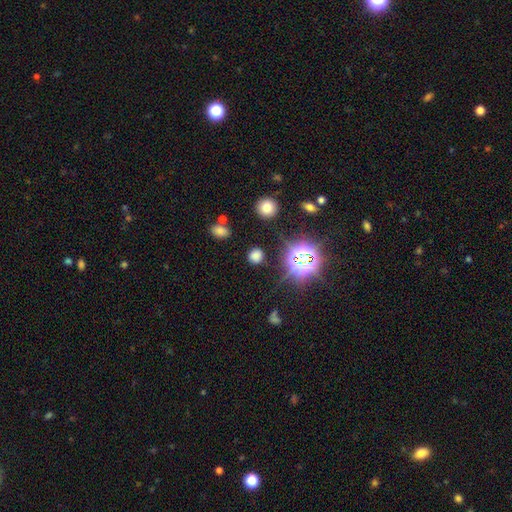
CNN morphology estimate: The model was most divided on "smooth or featured": smooth: 61%, star or artifact: 33%, featured or disk: 6%. More confident: merging — none (83%); how rounded — round (75%).